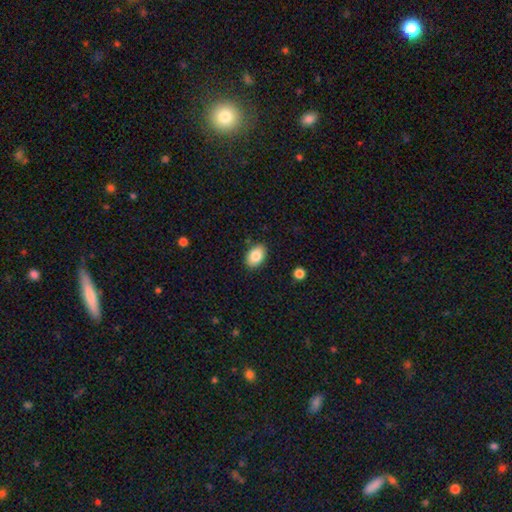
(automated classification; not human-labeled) A smooth galaxy with no disk features (85%) that is in between round and cigar-shaped (88%).

Vote fractions:
- Smooth or featured? smooth: 85% / featured or disk: 8% / star or artifact: 7%
- How rounded? in between: 88% / round: 11% / cigar-shaped: 1%
- Merging? none: 86% / minor disturbance: 10% / major disturbance: 2% / merger: 2%